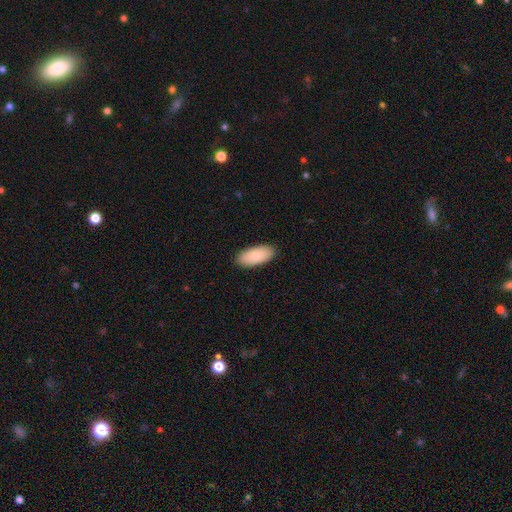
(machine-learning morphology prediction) type=smooth (85%); roundness=in between (91%); merging=none (90%).